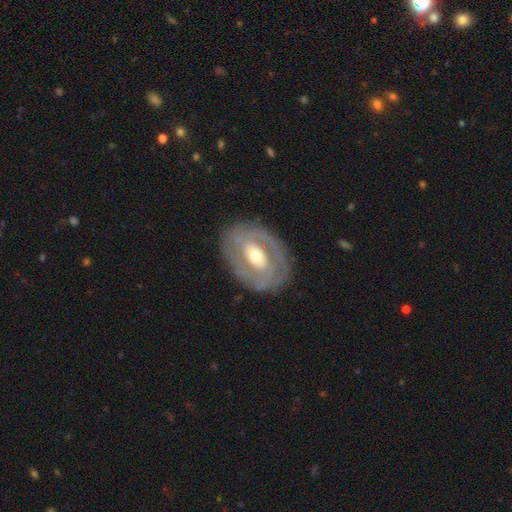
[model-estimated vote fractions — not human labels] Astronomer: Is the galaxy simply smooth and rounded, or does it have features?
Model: featured or disk — 78%.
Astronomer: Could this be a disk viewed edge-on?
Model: no — 95%.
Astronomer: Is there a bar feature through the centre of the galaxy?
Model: no — 39% (runner-up: weak, 36%).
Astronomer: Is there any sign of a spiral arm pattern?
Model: yes — 67%.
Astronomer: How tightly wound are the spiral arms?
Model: tight — 66%.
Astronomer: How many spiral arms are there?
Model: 2 — 52% (runner-up: can't tell, 29%).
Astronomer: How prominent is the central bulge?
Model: moderate — 66%.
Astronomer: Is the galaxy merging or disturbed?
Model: none — 81%.